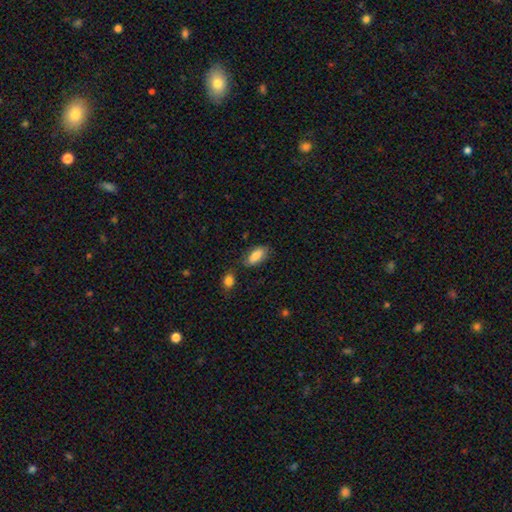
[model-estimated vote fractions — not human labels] smooth_or_featured: smooth (p=0.81) [alt: featured or disk p=0.12]
how_rounded: in between (p=0.88) [alt: cigar-shaped p=0.10]
merging: none (p=0.75) [alt: minor disturbance p=0.17]